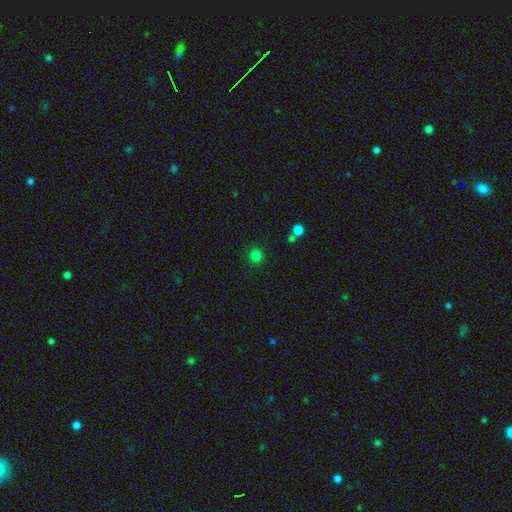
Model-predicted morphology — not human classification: smooth_or_featured: smooth (p=0.80) [alt: star or artifact p=0.16]
how_rounded: round (p=0.95) [alt: in between p=0.04]
merging: none (p=0.88) [alt: minor disturbance p=0.06]